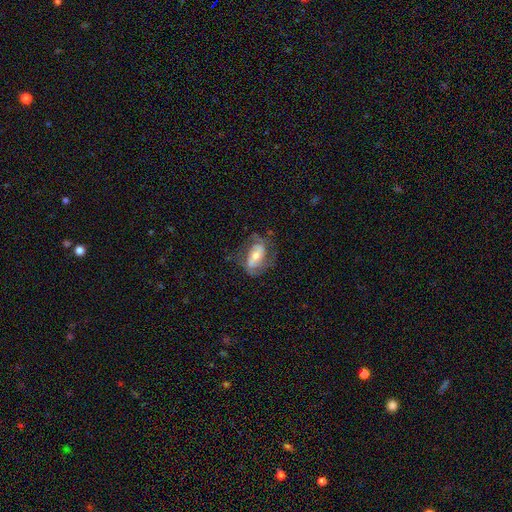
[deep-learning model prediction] The model was most divided on "bar": no: 38%, weak: 34%, strong: 28%. More confident: edge-on disk — no (92%); spiral arms — yes (80%); smooth or featured — featured or disk (66%); merging — none (59%); bulge size — moderate (56%).